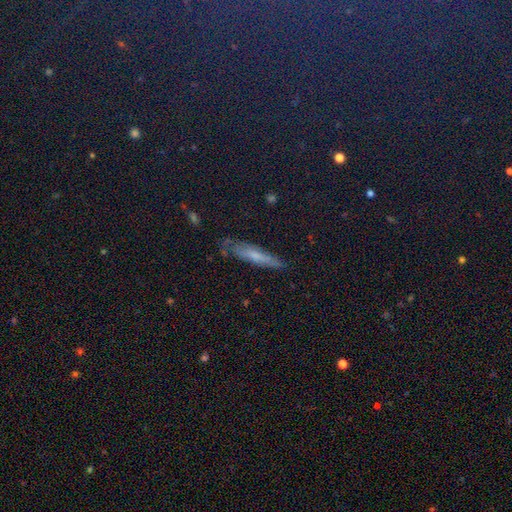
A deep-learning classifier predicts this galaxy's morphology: This is possibly a smooth galaxy (49%). Merging: likely none (73%).